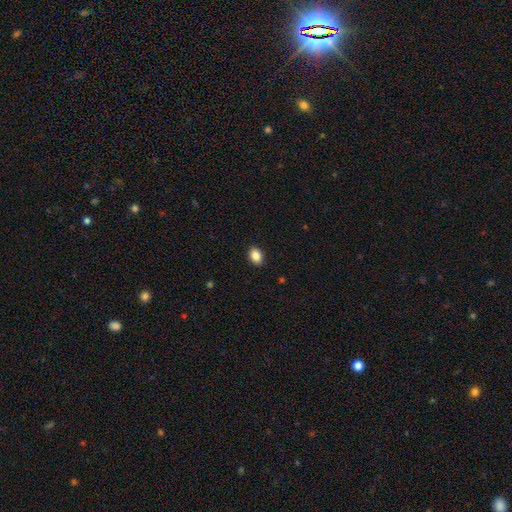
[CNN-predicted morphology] smooth-or-featured: smooth: 87% | star or artifact: 9% | featured or disk: 5%
  how-rounded: in between: 74% | round: 25% | cigar-shaped: 1%
  merging: none: 90% | minor disturbance: 7% | major disturbance: 2% | merger: 1%